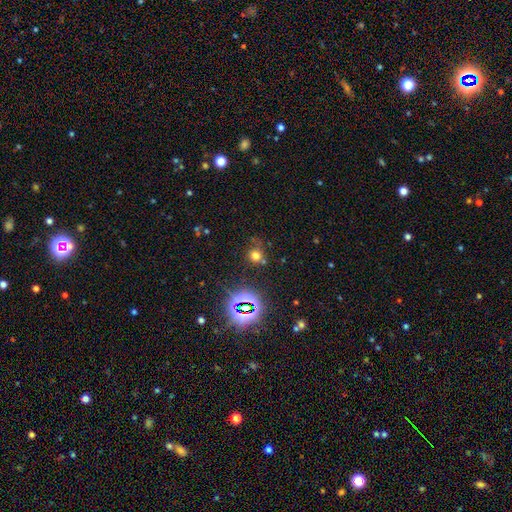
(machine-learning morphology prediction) smooth_or_featured: smooth (p=0.60) [alt: star or artifact p=0.32]
how_rounded: round (p=0.84) [alt: in between p=0.15]
merging: none (p=0.67) [alt: minor disturbance p=0.16]